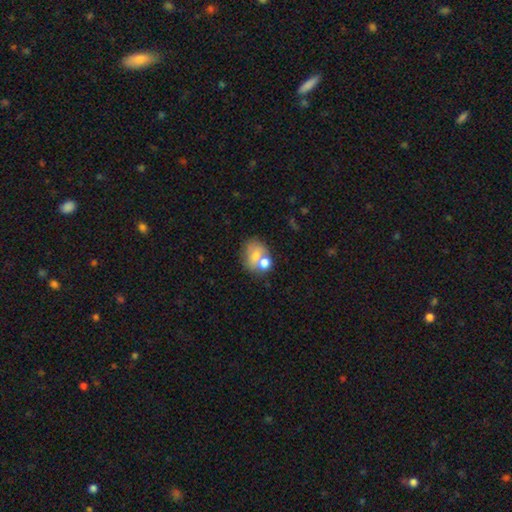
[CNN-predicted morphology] smooth-or-featured: smooth: 66% | featured or disk: 23% | star or artifact: 11%
  how-rounded: round: 54% | in between: 45% | cigar-shaped: 1%
  merging: none: 44% | merger: 38% | minor disturbance: 13% | major disturbance: 6%